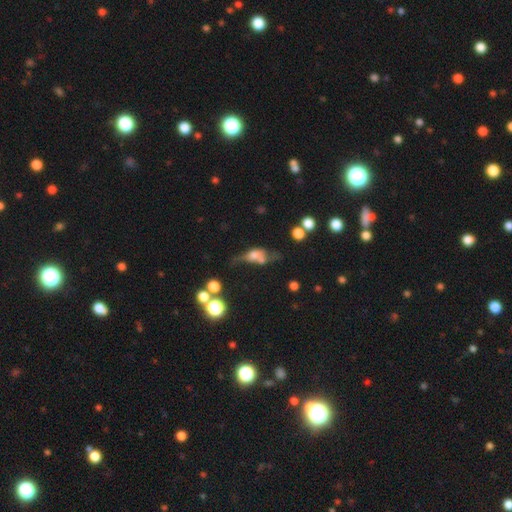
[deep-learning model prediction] Smooth or featured: smooth — 51% (featured or disk — 34%)
How rounded: in between — 65% (round — 21%)
Merging: merger — 30% (major disturbance — 27%)